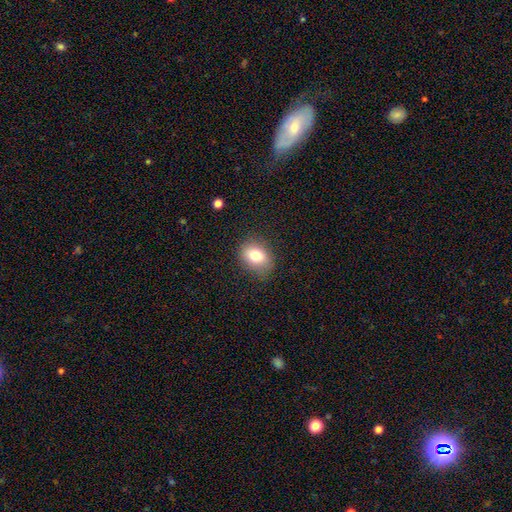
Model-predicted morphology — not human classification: This appears to be a smooth galaxy with no disk features (78%) that is in between round and cigar-shaped (63%). Merging: none (78%).